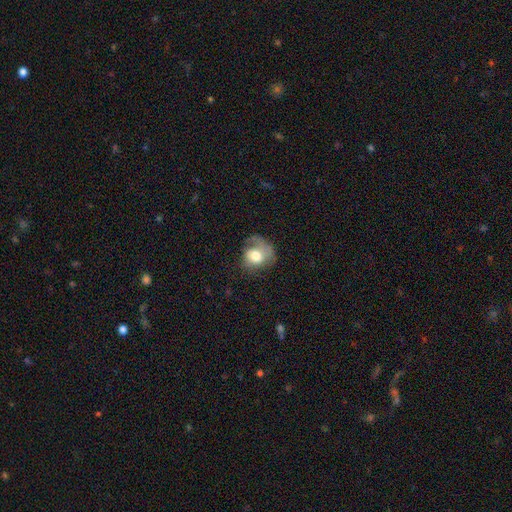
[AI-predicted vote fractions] smooth-or-featured: smooth: 63% | featured or disk: 29% | star or artifact: 8%
  how-rounded: round: 60% | in between: 39% | cigar-shaped: 1%
  merging: major disturbance: 35% | none: 33% | minor disturbance: 29% | merger: 3%